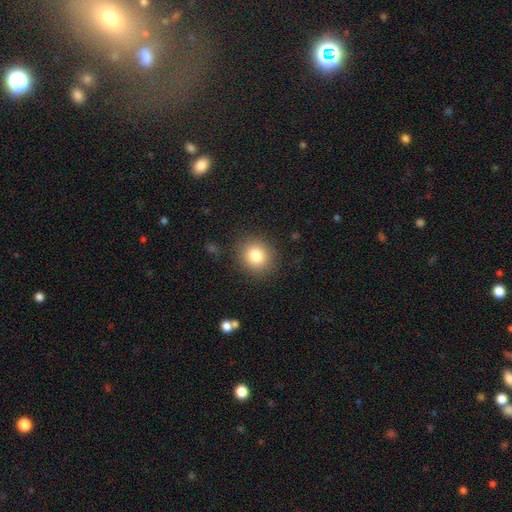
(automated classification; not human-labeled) A smooth galaxy with no disk features (81%) that is round (83%). Merging: none (88%).